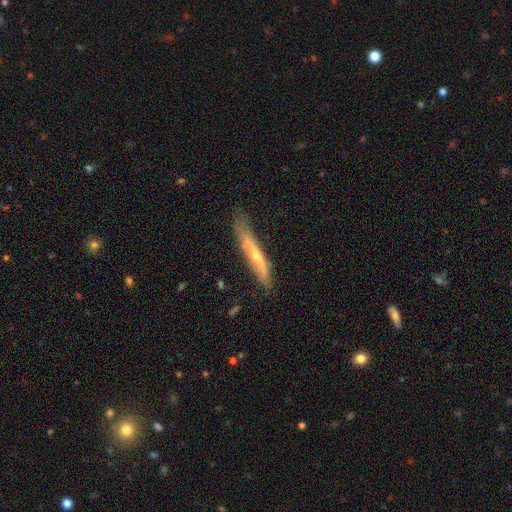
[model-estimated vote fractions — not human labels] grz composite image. It shows a featured or disk galaxy (56%) viewed edge-on (80%). Merging: none (71%).